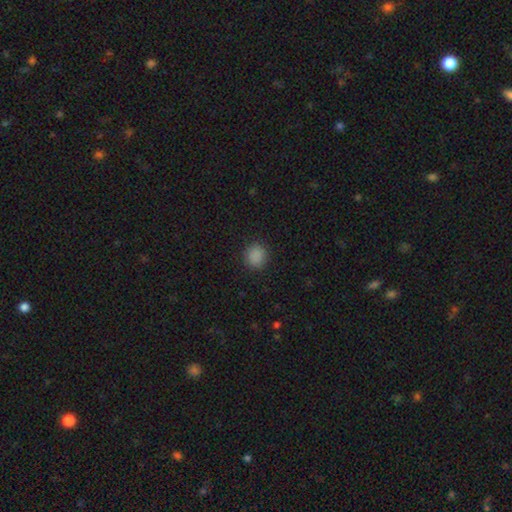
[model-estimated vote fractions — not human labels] The model was most divided on "how rounded": round: 85%, in between: 14%, cigar-shaped: 1%. More confident: merging — none (89%); smooth or featured — smooth (87%).